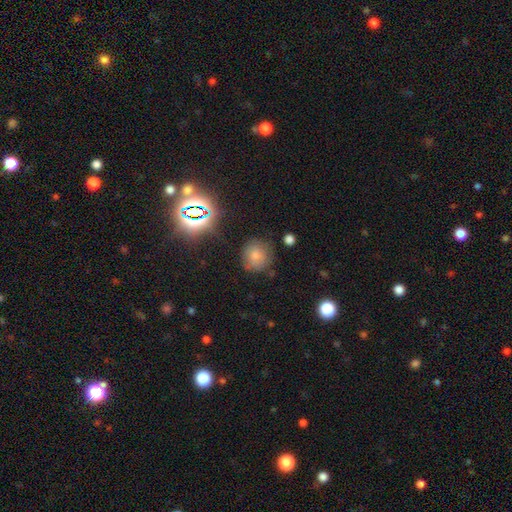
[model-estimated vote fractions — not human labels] Smooth or featured?
  - smooth: 73% *
  - star or artifact: 16%
  - featured or disk: 10%
How rounded?
  - round: 85% *
  - in between: 14%
  - cigar-shaped: 1%
Merging?
  - none: 75% *
  - minor disturbance: 17%
  - major disturbance: 5%
  - merger: 3%